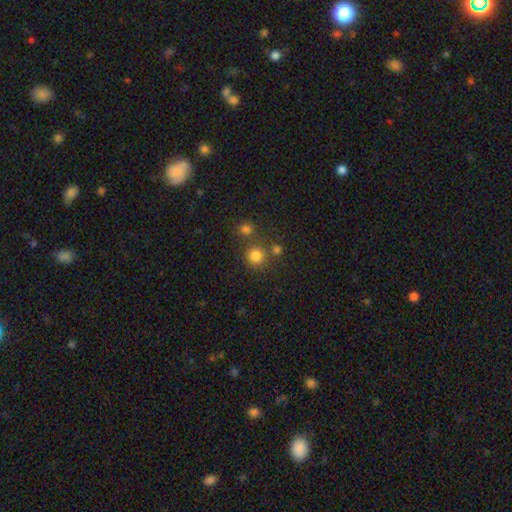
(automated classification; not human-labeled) This is likely a smooth galaxy (79%). How rounded: clearly round (92%). Merging: likely none (70%).